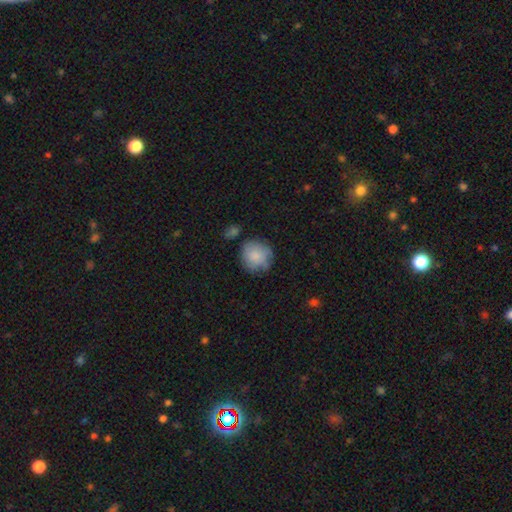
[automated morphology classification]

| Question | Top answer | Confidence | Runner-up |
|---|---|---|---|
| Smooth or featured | smooth | 81% | featured or disk (12%) |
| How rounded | round | 87% | in between (12%) |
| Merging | none | 67% | minor disturbance (22%) |